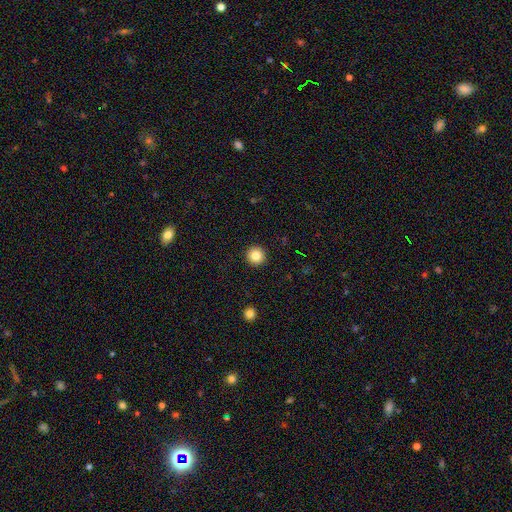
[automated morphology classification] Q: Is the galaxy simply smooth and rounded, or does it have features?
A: smooth — 83%.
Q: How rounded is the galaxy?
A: round — 96%.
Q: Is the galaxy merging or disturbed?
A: none — 93%.